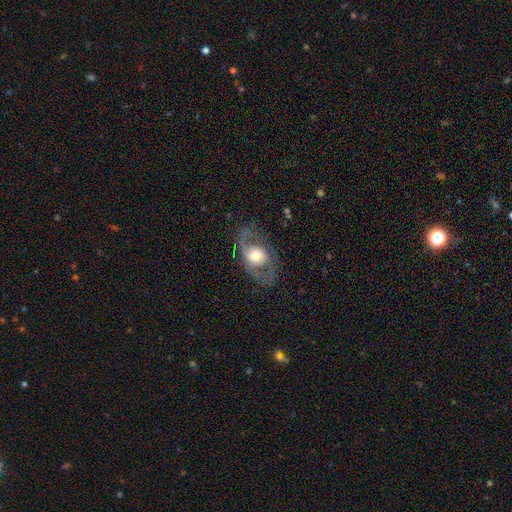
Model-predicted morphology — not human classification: Smooth or featured?
  - featured or disk: 70% *
  - smooth: 23%
  - star or artifact: 7%
Edge-on disk?
  - no: 94% *
  - yes: 6%
Bar?
  - no: 68% *
  - weak: 24%
  - strong: 8%
Spiral arms?
  - yes: 74% *
  - no: 26%
Bulge size?
  - moderate: 61% *
  - large: 24%
  - small: 11%
  - dominant: 3%
  - none: 1%
Merging?
  - none: 61% *
  - major disturbance: 21%
  - minor disturbance: 17%
  - merger: 2%